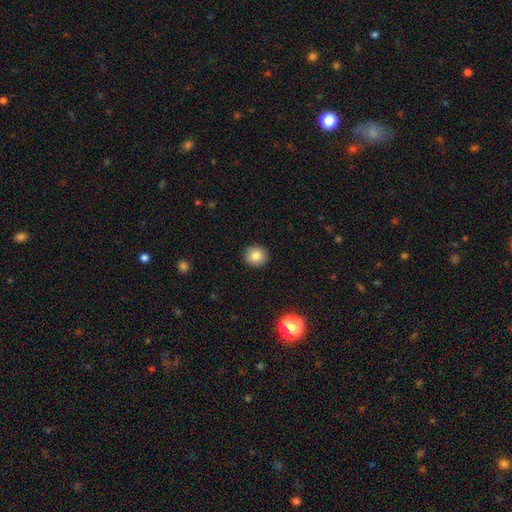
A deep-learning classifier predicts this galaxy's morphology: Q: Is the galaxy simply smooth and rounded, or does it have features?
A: smooth — 82%.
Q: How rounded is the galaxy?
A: round — 90%.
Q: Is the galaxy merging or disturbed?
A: none — 92%.